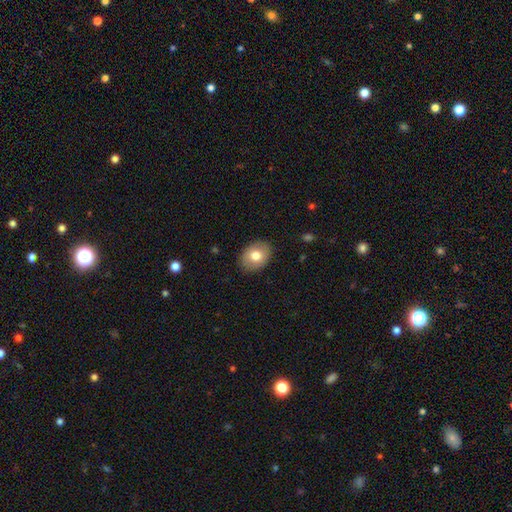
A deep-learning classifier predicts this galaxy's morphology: Smooth or featured? smooth (76%)
How rounded? in between (67%)
Merging? none (88%)